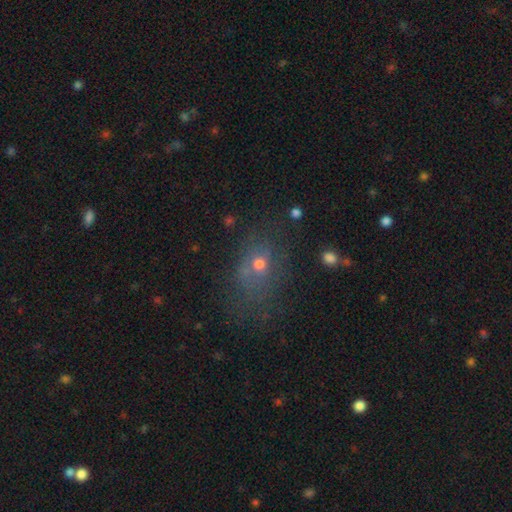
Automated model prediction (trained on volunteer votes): A smooth galaxy with no disk features (52%) that is in between round and cigar-shaped (52%).

Vote fractions:
- Smooth or featured? smooth: 52% / star or artifact: 31% / featured or disk: 17%
- How rounded? in between: 52% / round: 46% / cigar-shaped: 2%
- Merging? none: 60% / minor disturbance: 19% / major disturbance: 15% / merger: 5%